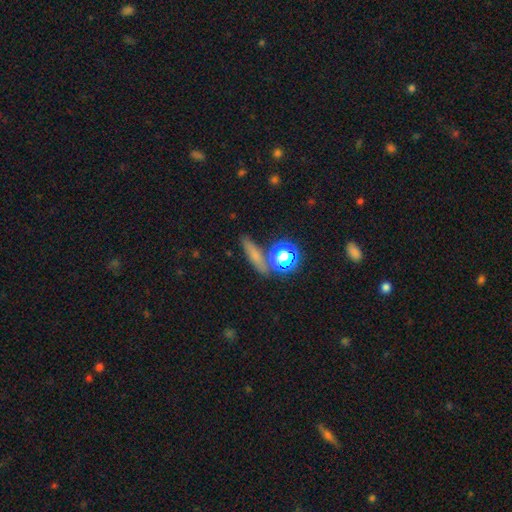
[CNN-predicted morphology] Smooth or featured: smooth — 64% (star or artifact — 19%)
How rounded: cigar-shaped — 65% (in between — 18%)
Merging: none — 74% (minor disturbance — 12%)